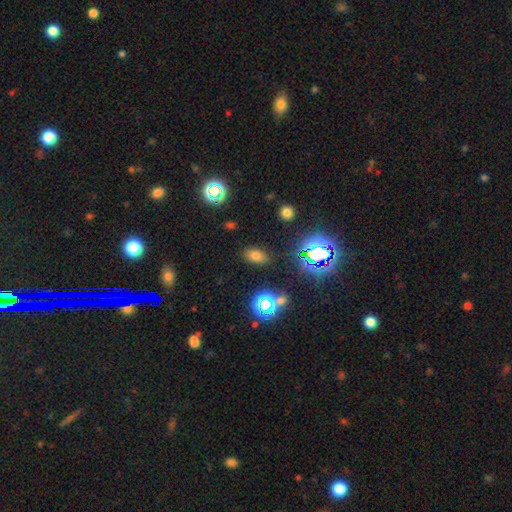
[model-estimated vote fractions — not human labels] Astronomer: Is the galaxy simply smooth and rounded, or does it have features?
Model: smooth — 67%.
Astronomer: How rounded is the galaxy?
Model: in between — 86%.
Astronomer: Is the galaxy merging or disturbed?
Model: none — 84%.